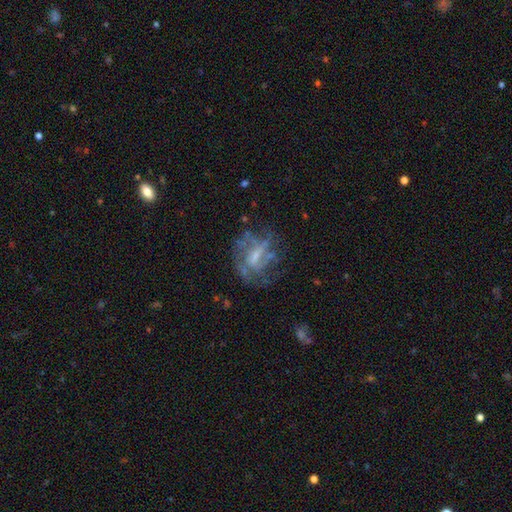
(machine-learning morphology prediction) Smooth or featured: featured or disk — 67% (smooth — 20%)
Edge-on disk: no — 95% (yes — 5%)
Bar: weak — 44% (no — 40%)
Spiral arms: yes — 52% (no — 48%)
Bulge size: small — 38% (moderate — 30%)
Merging: none — 52% (major disturbance — 24%)